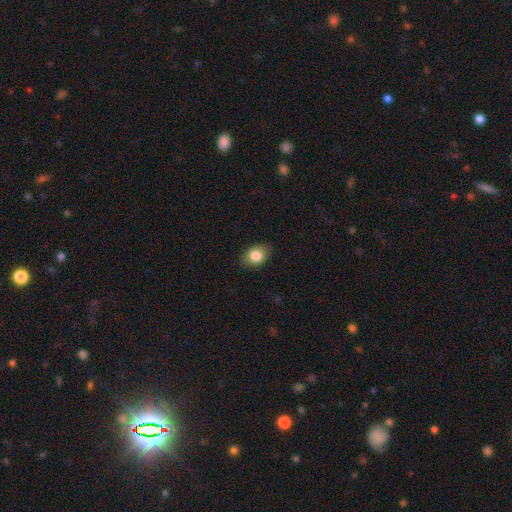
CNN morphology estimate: This is clearly a smooth galaxy (83%). How rounded: likely in between (68%). Merging: clearly none (84%).